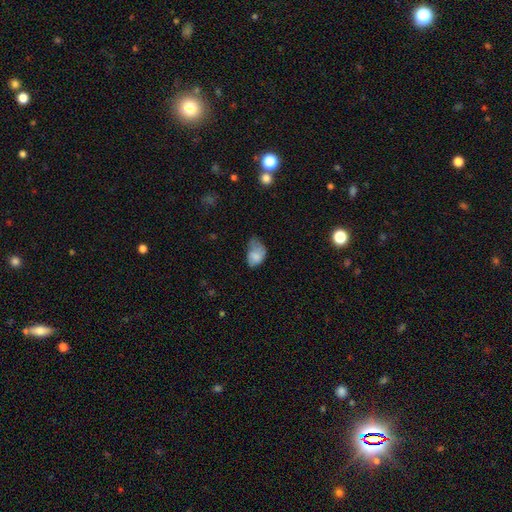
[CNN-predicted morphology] A smooth galaxy with no disk features (76%) that is in between round and cigar-shaped (83%).

Vote fractions:
- Smooth or featured? smooth: 76% / featured or disk: 15% / star or artifact: 9%
- How rounded? in between: 83% / round: 16% / cigar-shaped: 1%
- Merging? minor disturbance: 44% / major disturbance: 27% / none: 26% / merger: 3%